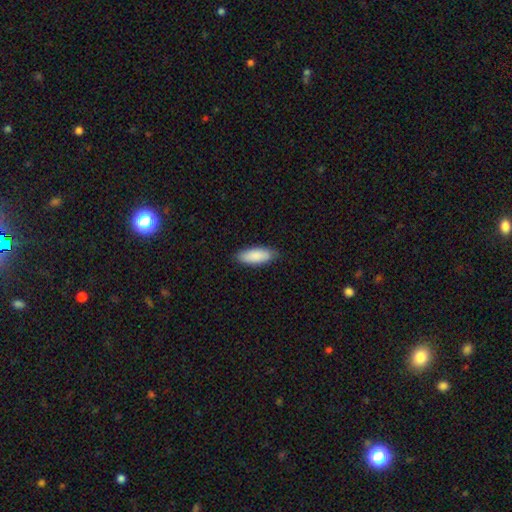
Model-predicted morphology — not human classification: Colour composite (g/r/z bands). It shows a smooth galaxy with no disk features (89%) that is in between round and cigar-shaped (73%). Merging: none (87%).